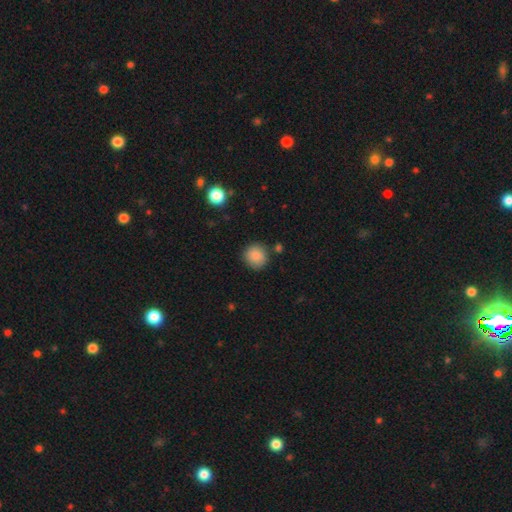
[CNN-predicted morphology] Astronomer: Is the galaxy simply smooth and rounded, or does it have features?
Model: smooth — 87%.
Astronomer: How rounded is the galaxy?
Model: round — 90%.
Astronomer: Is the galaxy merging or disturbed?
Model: none — 84%.